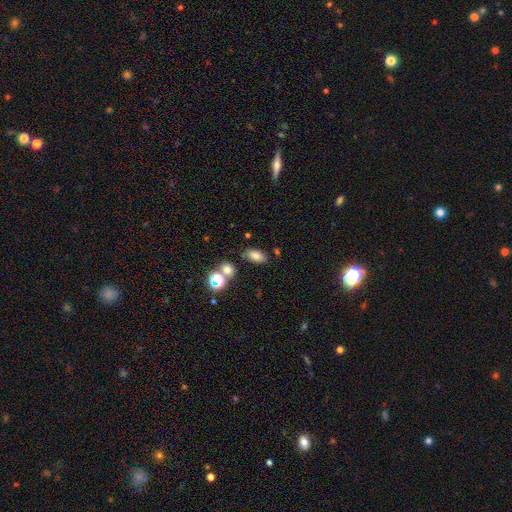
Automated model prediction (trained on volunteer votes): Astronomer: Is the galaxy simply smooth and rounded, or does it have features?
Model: smooth — 76%.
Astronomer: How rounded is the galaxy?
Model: in between — 87%.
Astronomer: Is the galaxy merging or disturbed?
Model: none — 78%.